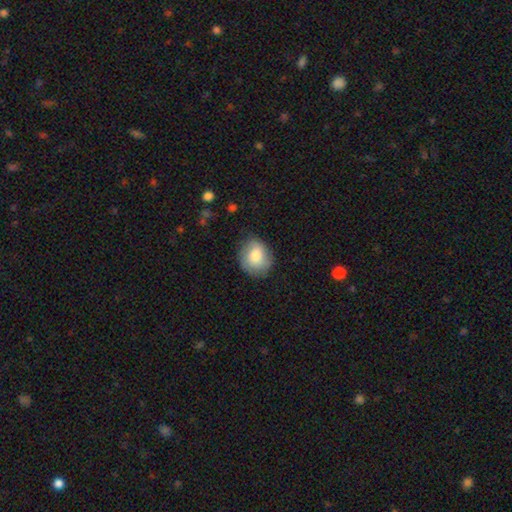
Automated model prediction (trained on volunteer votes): A smooth galaxy with no disk features (75%) that is round (70%). Merging: none (79%).